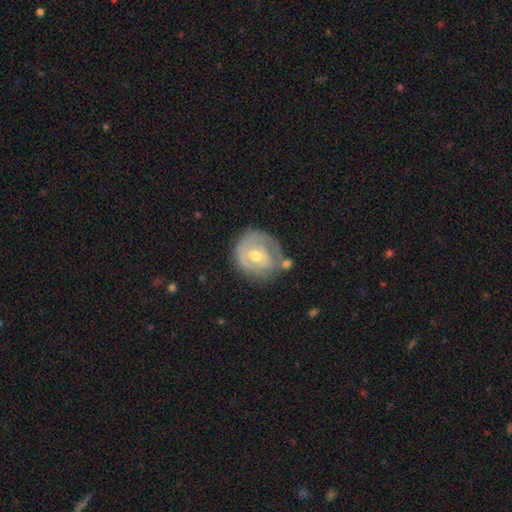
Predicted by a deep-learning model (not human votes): A featured or disk galaxy (63%) with no bar (62%), spiral arms (60%) and a moderate central bulge (64%). Merging: none (56%).